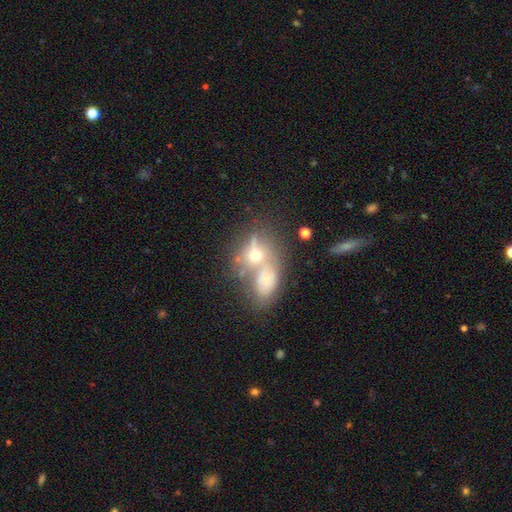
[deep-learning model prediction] A smooth galaxy with no disk features (48%). Merging: merger (68%).